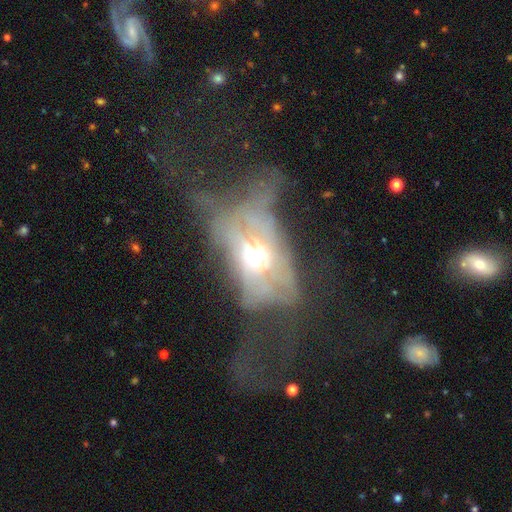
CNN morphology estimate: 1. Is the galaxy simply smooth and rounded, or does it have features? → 62% featured or disk, 26% smooth, 12% star or artifact.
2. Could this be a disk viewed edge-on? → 86% no, 14% yes.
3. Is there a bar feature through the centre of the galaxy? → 81% no, 13% weak, 6% strong.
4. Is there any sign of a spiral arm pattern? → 81% no, 19% yes.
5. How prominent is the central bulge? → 69% moderate, 16% large, 11% small, 2% dominant, 1% none.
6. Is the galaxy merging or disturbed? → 65% major disturbance, 15% none, 14% minor disturbance, 7% merger.